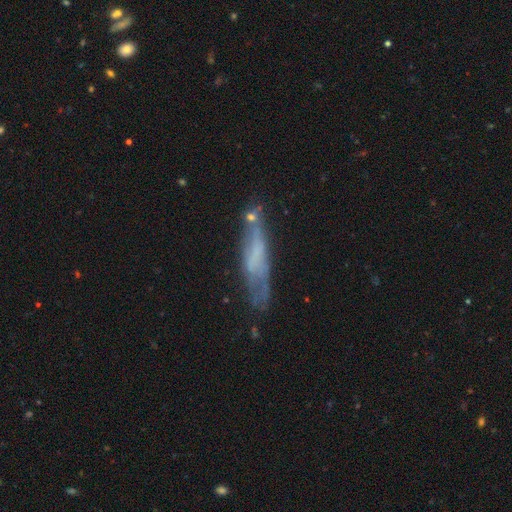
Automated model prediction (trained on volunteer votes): Smooth or featured? featured or disk (52%)
Edge-on disk? yes (53%)
Merging? none (54%)